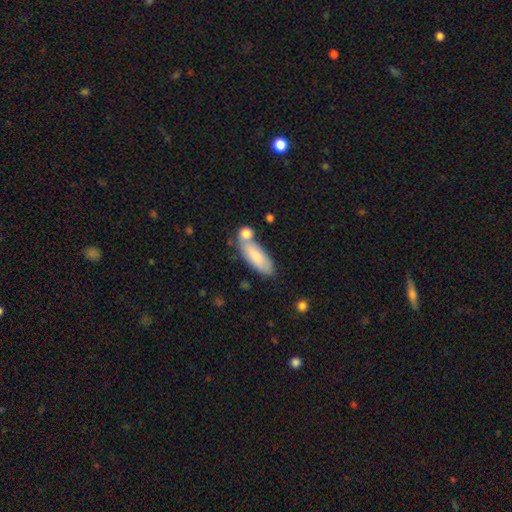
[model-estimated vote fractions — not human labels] Smooth or featured? smooth (79%)
How rounded? in between (68%)
Merging? none (51%)